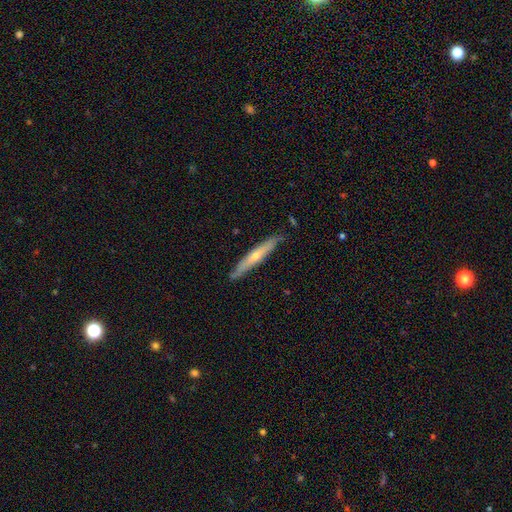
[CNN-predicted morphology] Overall: featured or disk (57%; smooth 38%). Edge-on disk: yes (91%). Edge-on bulge: rounded (73%). Merging: none (84%).